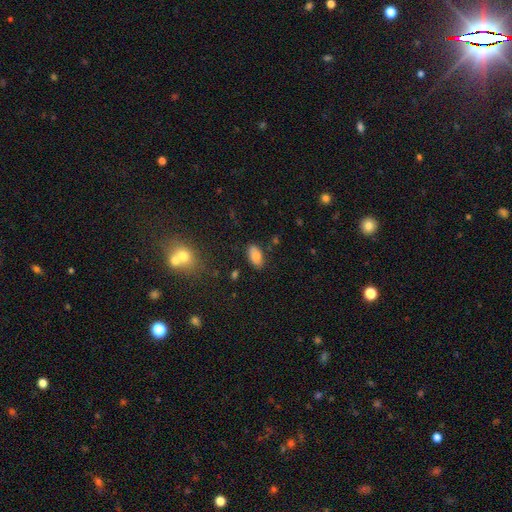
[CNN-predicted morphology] Smooth or featured? Predicted: smooth (p=0.79). How rounded? Predicted: in between (p=0.93). Merging? Predicted: none (p=0.85).